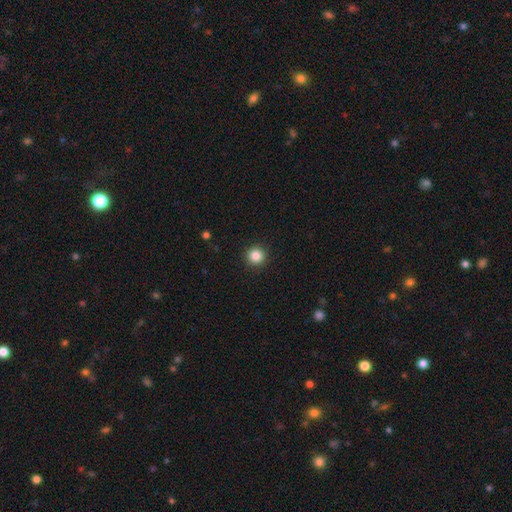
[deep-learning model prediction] Smooth or featured? Predicted: smooth (p=0.85). How rounded? Predicted: round (p=0.95). Merging? Predicted: none (p=0.93).